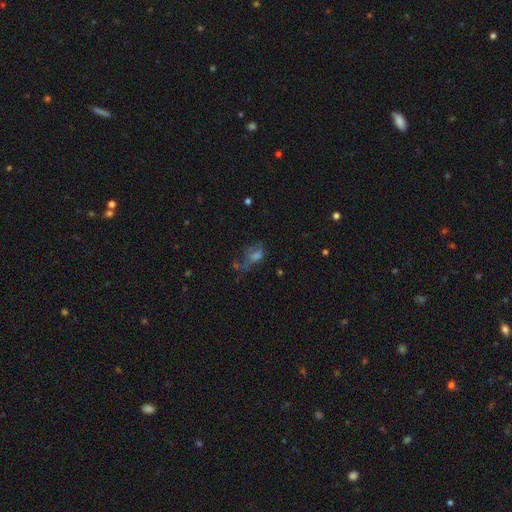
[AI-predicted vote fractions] This is marginally a smooth galaxy (43%). Merging: marginally major disturbance (36%).